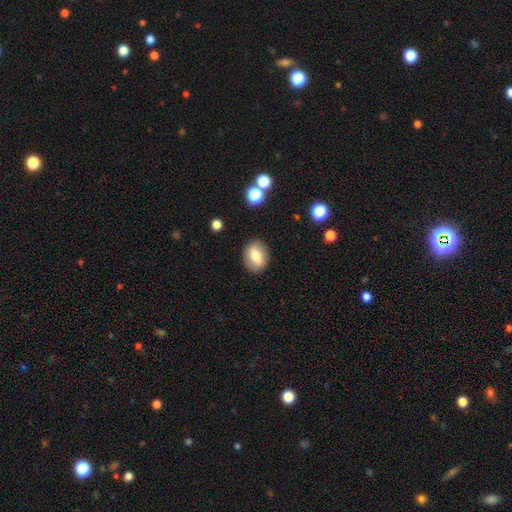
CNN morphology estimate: Smooth or featured: smooth — 74% (featured or disk — 18%)
How rounded: in between — 65% (round — 34%)
Merging: none — 86% (minor disturbance — 9%)